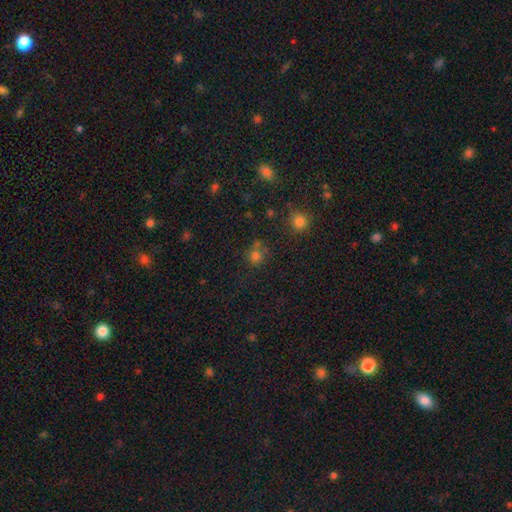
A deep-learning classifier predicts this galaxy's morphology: A smooth galaxy with no disk features (71%) that is round (86%).

Vote fractions:
- Smooth or featured? smooth: 71% / star or artifact: 21% / featured or disk: 8%
- How rounded? round: 86% / in between: 13% / cigar-shaped: 1%
- Merging? none: 61% / merger: 21% / minor disturbance: 12% / major disturbance: 5%